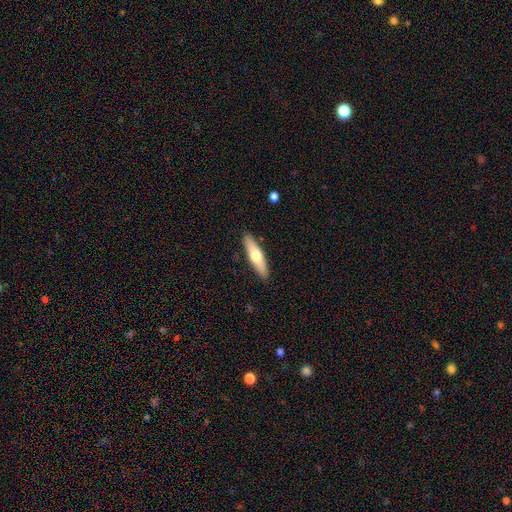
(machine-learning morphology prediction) Smooth or featured? Predicted: smooth (p=0.55). How rounded? Predicted: cigar-shaped (p=0.71). Merging? Predicted: none (p=0.89).